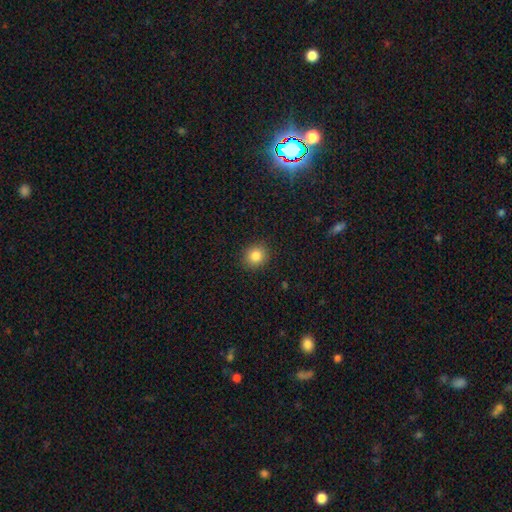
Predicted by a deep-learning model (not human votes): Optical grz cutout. It shows a smooth galaxy with no disk features (84%) that is round (80%). Merging: none (90%).